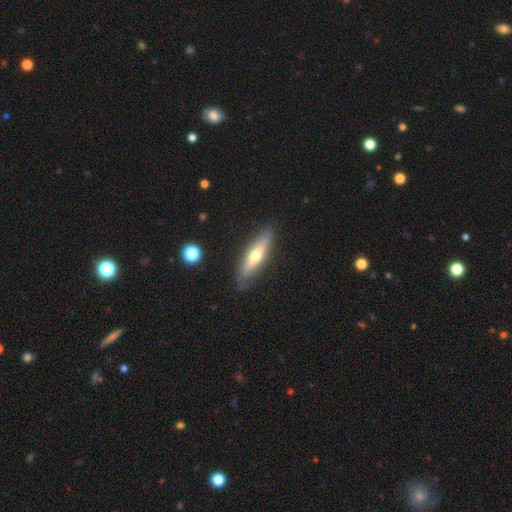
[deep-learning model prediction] This is possibly a smooth galaxy (52%). How rounded: likely cigar-shaped (72%). Merging: clearly none (84%).